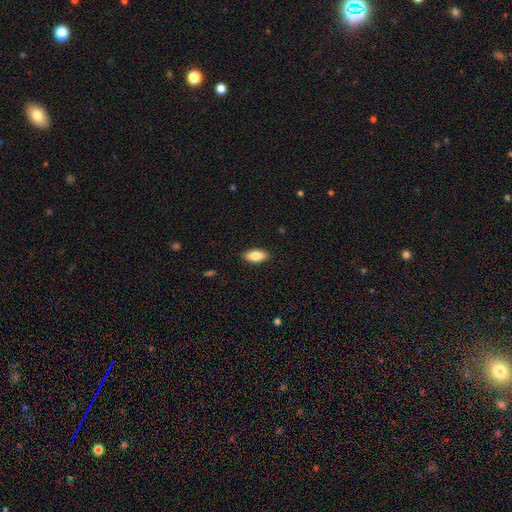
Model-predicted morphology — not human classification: Smooth or featured: smooth — 83% (featured or disk — 10%)
How rounded: in between — 89% (cigar-shaped — 8%)
Merging: none — 89% (minor disturbance — 9%)